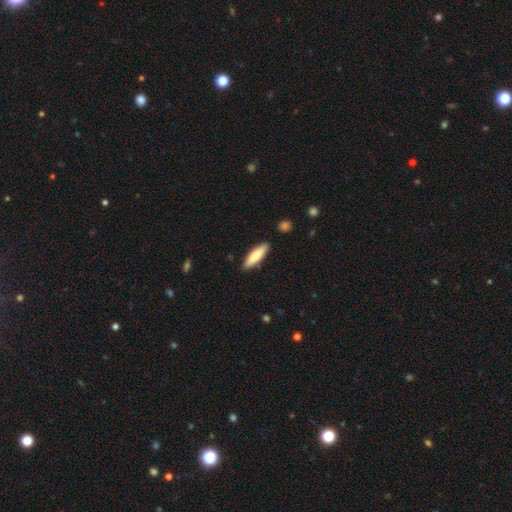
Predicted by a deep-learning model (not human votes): Q: Smooth or featured?
A: smooth (80%); runner-up: featured or disk (15%)
Q: How rounded?
A: cigar-shaped (61%); runner-up: in between (37%)
Q: Merging?
A: none (88%); runner-up: minor disturbance (9%)